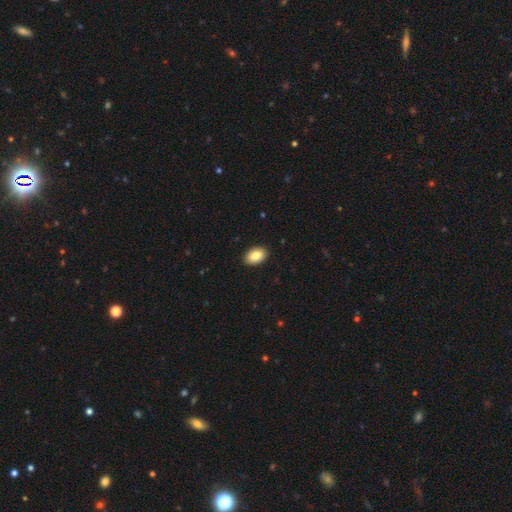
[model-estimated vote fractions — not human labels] This appears to be a smooth galaxy with no disk features (86%) that is in between round and cigar-shaped (90%). Merging: none (91%).